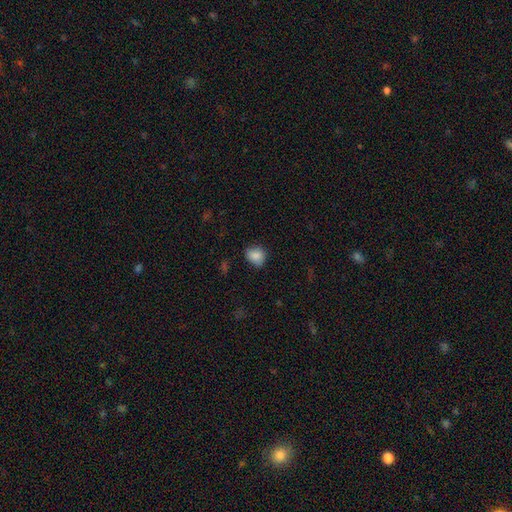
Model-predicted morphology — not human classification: Smooth or featured? smooth (86%)
How rounded? round (61%)
Merging? none (69%)